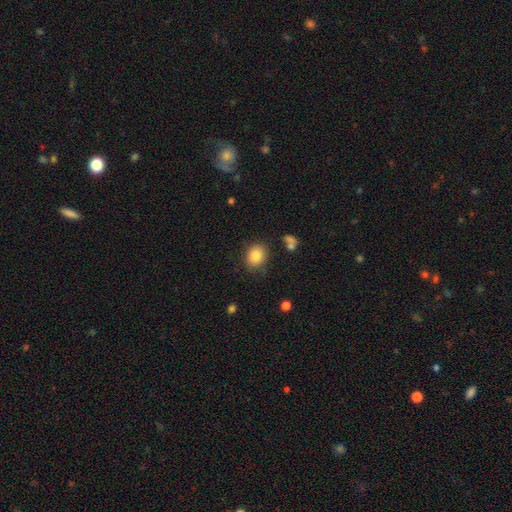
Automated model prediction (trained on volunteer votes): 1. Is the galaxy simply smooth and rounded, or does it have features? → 85% smooth, 9% star or artifact, 6% featured or disk.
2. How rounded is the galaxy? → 58% round, 41% in between, 1% cigar-shaped.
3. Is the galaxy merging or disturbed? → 80% none, 13% minor disturbance, 4% major disturbance, 3% merger.